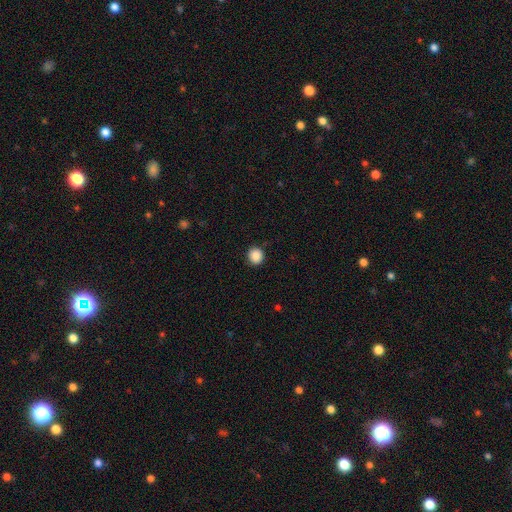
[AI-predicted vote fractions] Smooth or featured? smooth (88%)
How rounded? round (91%)
Merging? none (90%)